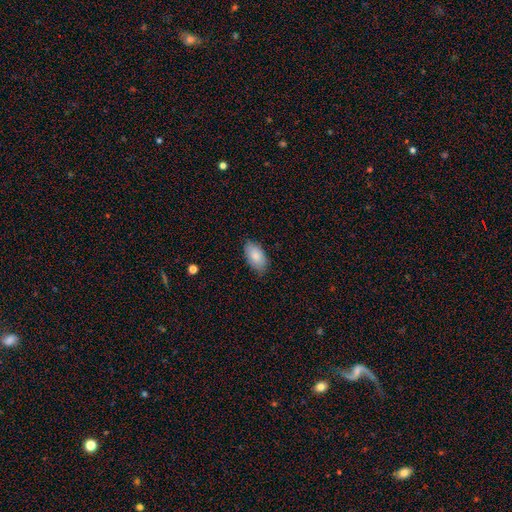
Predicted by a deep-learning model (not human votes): This is clearly a smooth galaxy (84%). How rounded: clearly in between (95%). Merging: clearly none (80%).